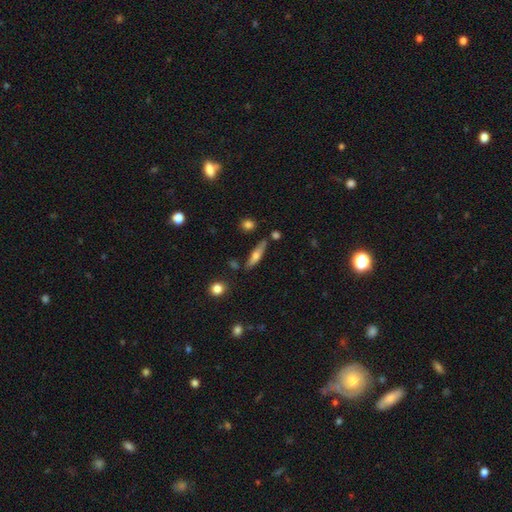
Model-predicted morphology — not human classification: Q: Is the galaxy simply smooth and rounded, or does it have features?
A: smooth — 53%.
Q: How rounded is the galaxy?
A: cigar-shaped — 69%.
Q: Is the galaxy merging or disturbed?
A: none — 74%.